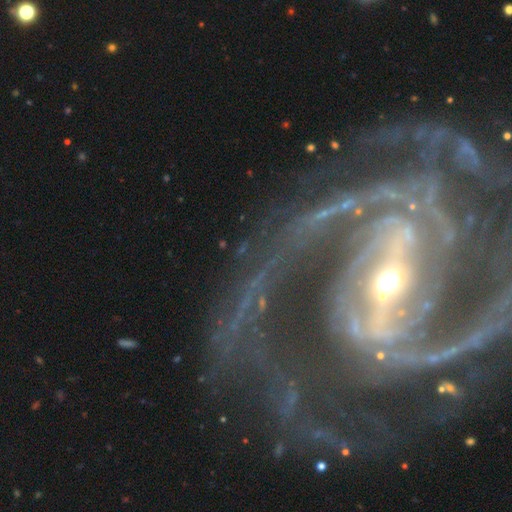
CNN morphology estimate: Smooth or featured: featured or disk — 90% (star or artifact — 6%)
Edge-on disk: no — 96% (yes — 4%)
Bar: strong — 64% (weak — 24%)
Spiral arms: yes — 95% (no — 5%)
Spiral winding: tight — 40% (tied with medium — 40%)
Spiral arm count: 2 — 45% (can't tell — 16%)
Bulge size: small — 57% (moderate — 36%)
Merging: none — 56% (major disturbance — 26%)